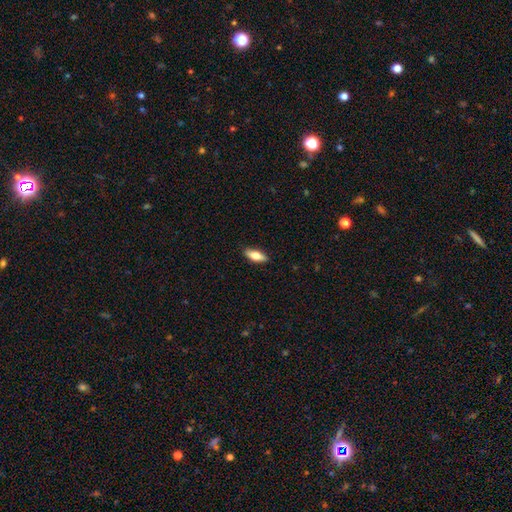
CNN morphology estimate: This appears to be a smooth galaxy with no disk features (68%) that is in between round and cigar-shaped (67%). Merging: none (89%).